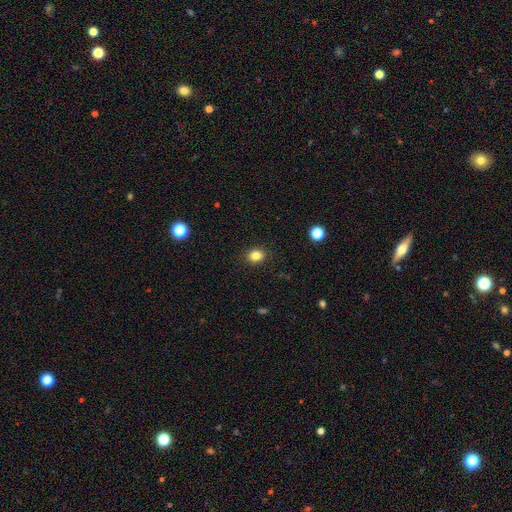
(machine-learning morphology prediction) type=smooth (84%); roundness=round (57%); merging=none (90%).